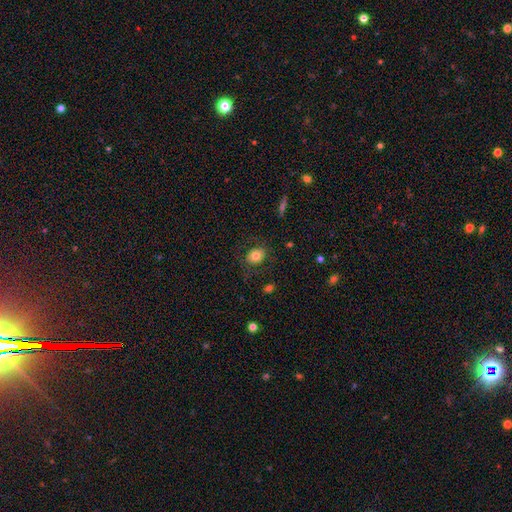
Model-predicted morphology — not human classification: Q: Smooth or featured?
A: smooth (75%); runner-up: featured or disk (15%)
Q: How rounded?
A: round (59%); runner-up: in between (40%)
Q: Merging?
A: none (78%); runner-up: minor disturbance (13%)